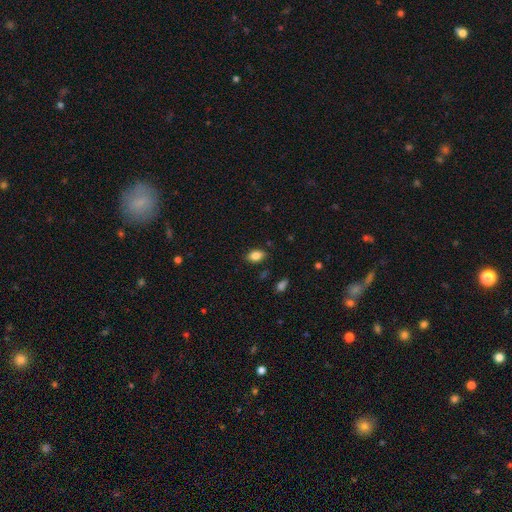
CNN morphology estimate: A smooth galaxy with no disk features (83%) that is in between round and cigar-shaped (87%). Merging: none (84%).